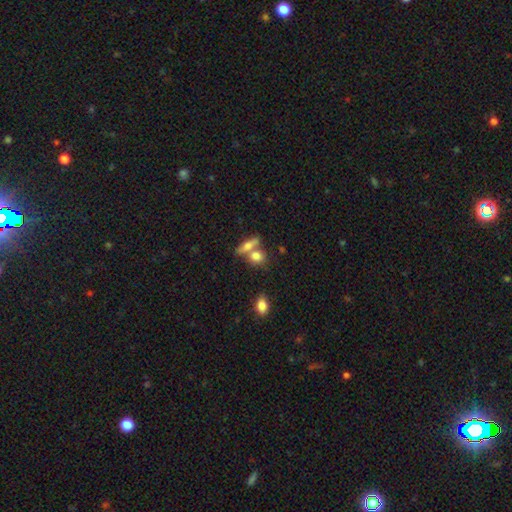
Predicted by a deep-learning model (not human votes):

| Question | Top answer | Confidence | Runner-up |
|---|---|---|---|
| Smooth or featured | smooth | 75% | featured or disk (16%) |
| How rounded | in between | 44% | round (43%) |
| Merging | none | 51% | merger (35%) |